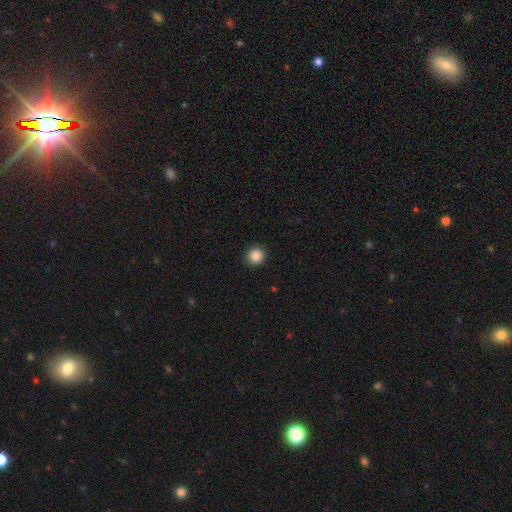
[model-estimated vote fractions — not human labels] Smooth or featured? smooth (86%)
How rounded? round (93%)
Merging? none (91%)